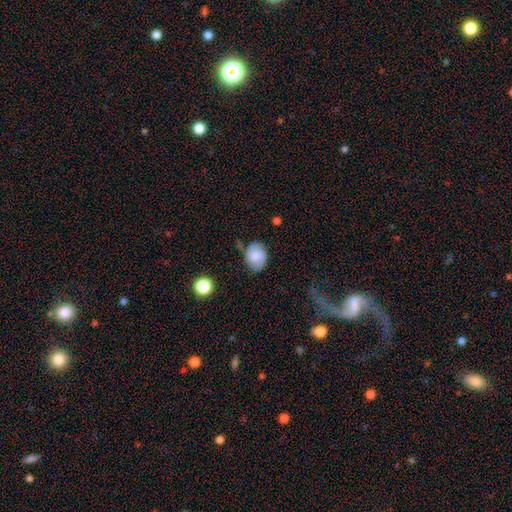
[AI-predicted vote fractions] Smooth or featured?
  - smooth: 53% *
  - featured or disk: 39%
  - star or artifact: 9%
How rounded?
  - in between: 58% *
  - round: 41%
  - cigar-shaped: 1%
Merging?
  - none: 70% *
  - minor disturbance: 22%
  - major disturbance: 5%
  - merger: 3%